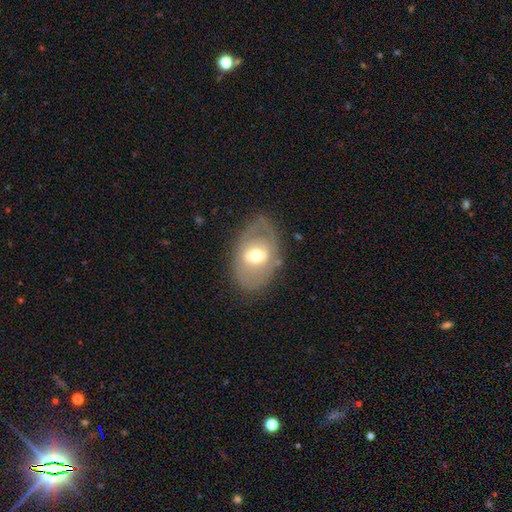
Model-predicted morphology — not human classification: Overall: featured or disk (52%; smooth 40%). Edge-on disk: no (90%). Merging: none (73%).